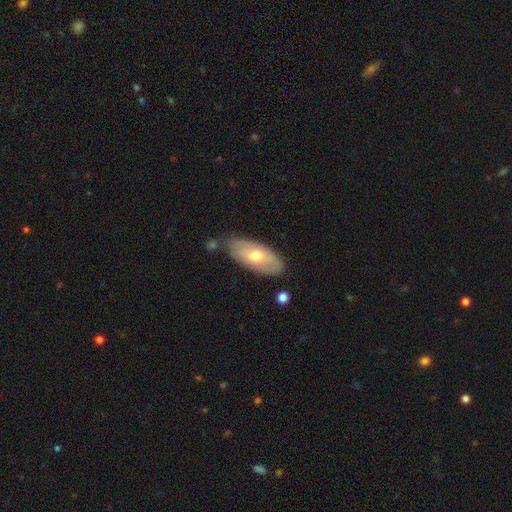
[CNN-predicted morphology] Overall: smooth (60%; featured or disk 34%). How rounded: in between (87%). Merging: none (77%).